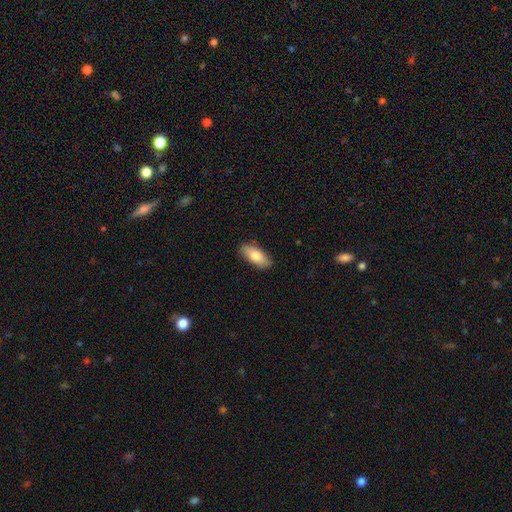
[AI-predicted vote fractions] Q: Smooth or featured?
A: smooth (80%); runner-up: featured or disk (14%)
Q: How rounded?
A: in between (82%); runner-up: cigar-shaped (16%)
Q: Merging?
A: none (87%); runner-up: minor disturbance (10%)